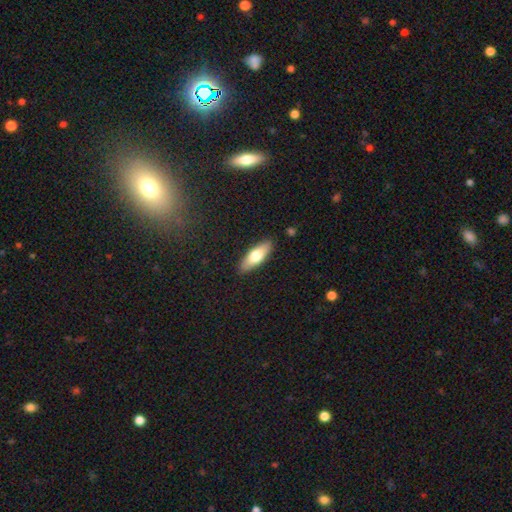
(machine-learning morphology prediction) A smooth galaxy with no disk features (69%) that is in between round and cigar-shaped (60%).

Vote fractions:
- Smooth or featured? smooth: 69% / featured or disk: 25% / star or artifact: 6%
- How rounded? in between: 60% / cigar-shaped: 38% / round: 2%
- Merging? none: 89% / minor disturbance: 8% / major disturbance: 2% / merger: 1%